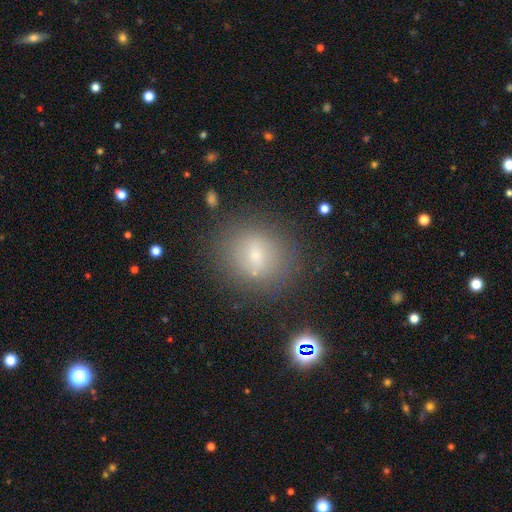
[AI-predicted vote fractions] Smooth or featured?
  - smooth: 65% *
  - featured or disk: 20%
  - star or artifact: 16%
How rounded?
  - round: 73% *
  - in between: 26%
  - cigar-shaped: 2%
Merging?
  - none: 79% *
  - minor disturbance: 12%
  - major disturbance: 5%
  - merger: 4%